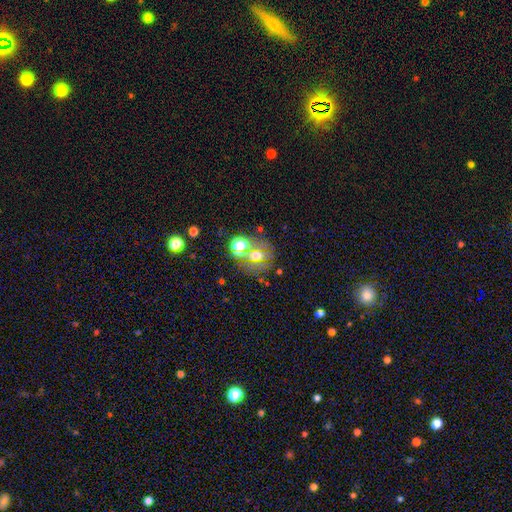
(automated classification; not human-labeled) This is marginally a smooth galaxy (42%). Merging: likely none (67%).